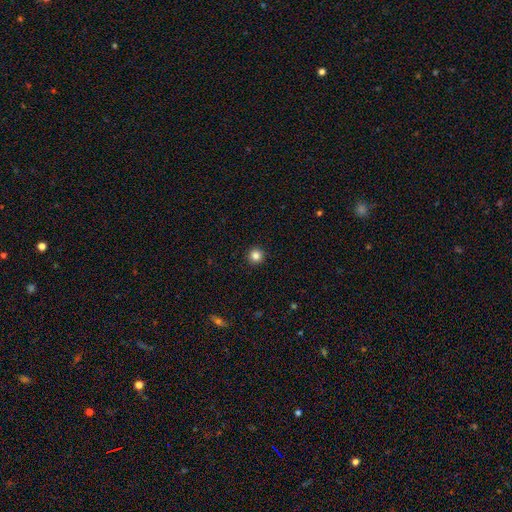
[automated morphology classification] smooth 83%, star or artifact 12%, featured or disk 5%. Down the decision tree: how rounded — round (96%); merging — none (93%).